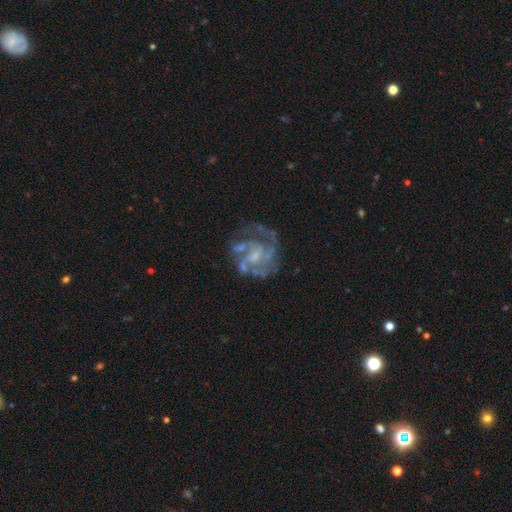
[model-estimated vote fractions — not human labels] Smooth or featured: featured or disk — 83% (smooth — 10%)
Edge-on disk: no — 98% (yes — 2%)
Bar: no — 54% (weak — 38%)
Spiral arms: yes — 85% (no — 15%)
Spiral winding: medium — 43% (tight — 39%)
Spiral arm count: can't tell — 27% (tied with 2 — 27%)
Bulge size: small — 45% (moderate — 27%)
Merging: none — 49% (major disturbance — 26%)